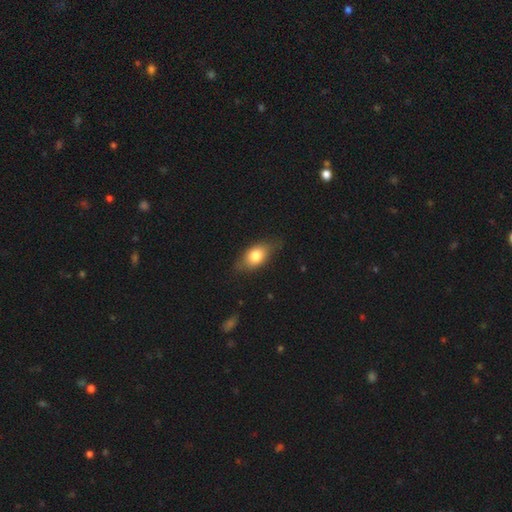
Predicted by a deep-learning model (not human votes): This appears to be a smooth galaxy with no disk features (75%) that is in between round and cigar-shaped (85%). Merging: none (74%).